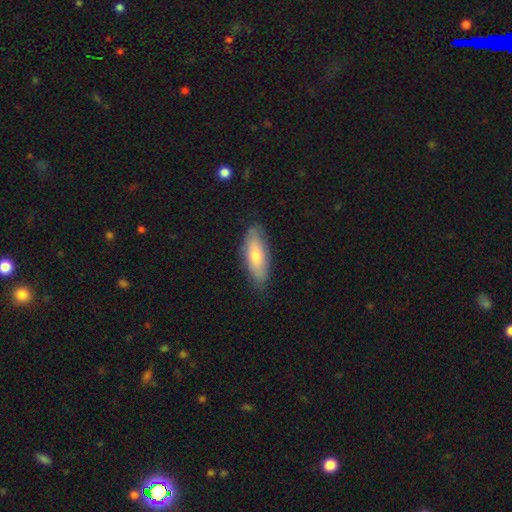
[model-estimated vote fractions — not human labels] Overall: smooth (65%; featured or disk 29%). How rounded: in between (63%; cigar-shaped 35%). Merging: none (82%).